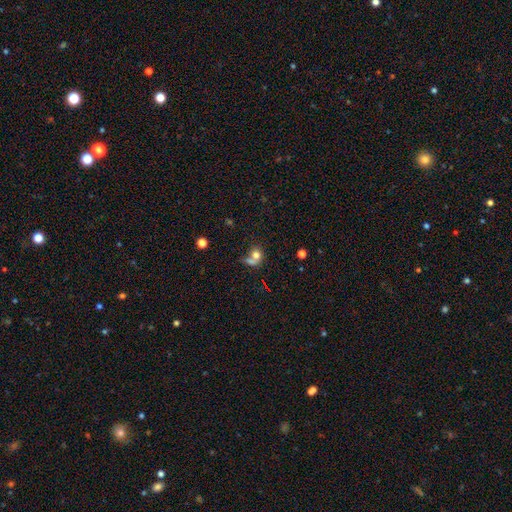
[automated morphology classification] This appears to be a smooth galaxy with no disk features (73%) that is round (66%). Merging: merger (44%).